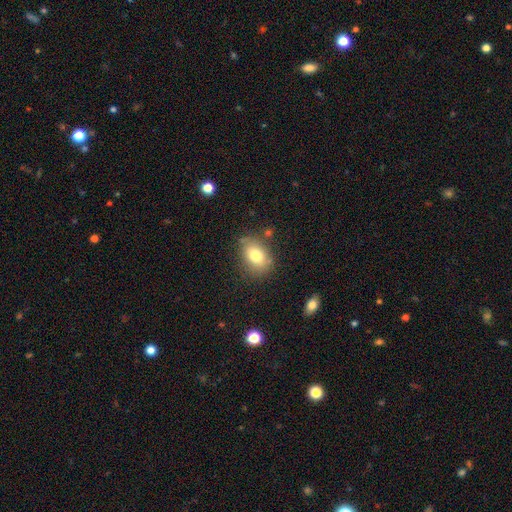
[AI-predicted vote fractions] This appears to be a smooth galaxy with no disk features (77%) that is in between round and cigar-shaped (78%). Merging: none (73%).